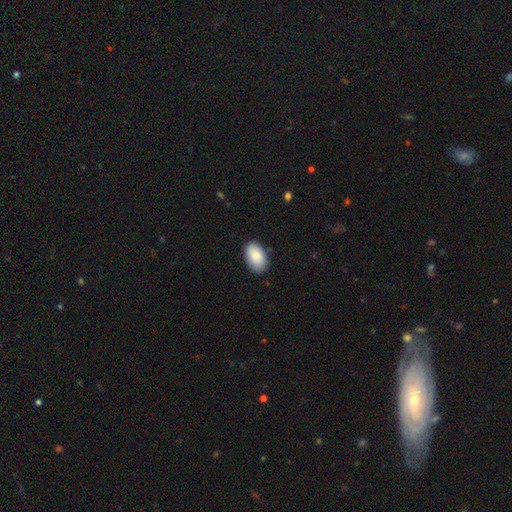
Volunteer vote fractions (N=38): Q: Smooth or featured?
A: smooth (84%); runner-up: featured or disk (11%)
Q: How rounded?
A: in between (97%); runner-up: round (3%)
Q: Merging?
A: none (75%); runner-up: minor disturbance (17%)